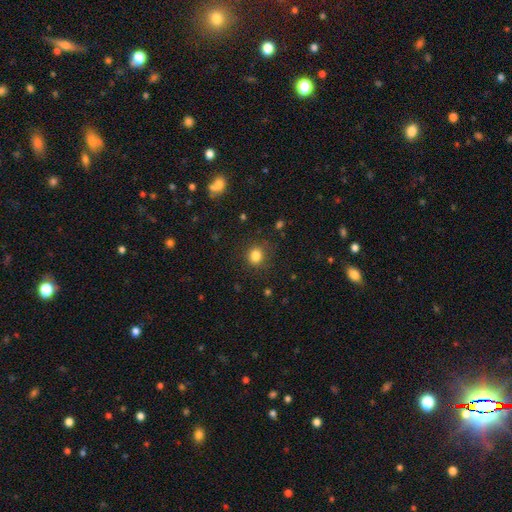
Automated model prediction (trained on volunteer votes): Overall: smooth (82%). How rounded: round (79%). Merging: none (84%).